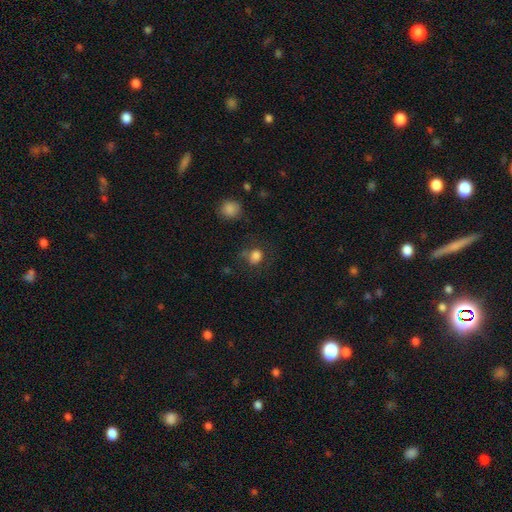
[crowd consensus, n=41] A smooth galaxy with no disk features (88%) that is round (72%). Merging: none (57%).